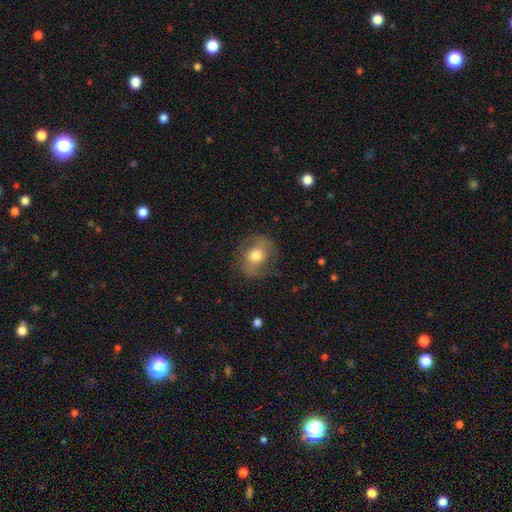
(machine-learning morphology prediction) type=smooth (54%); roundness=round (70%); merging=none (74%).